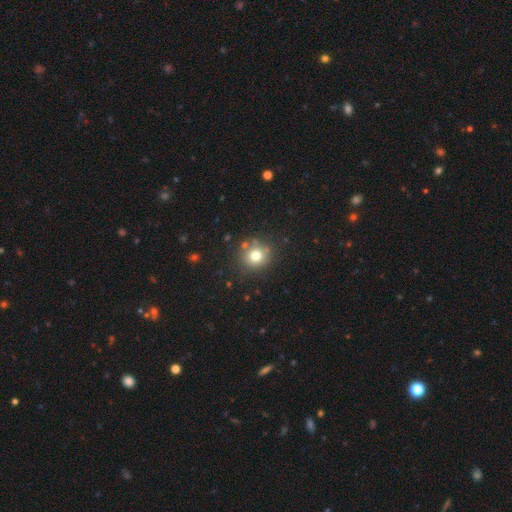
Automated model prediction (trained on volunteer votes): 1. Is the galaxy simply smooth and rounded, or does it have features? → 75% smooth, 15% star or artifact, 10% featured or disk.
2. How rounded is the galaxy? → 87% round, 12% in between, 1% cigar-shaped.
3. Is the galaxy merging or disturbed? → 80% none, 11% minor disturbance, 5% merger, 4% major disturbance.